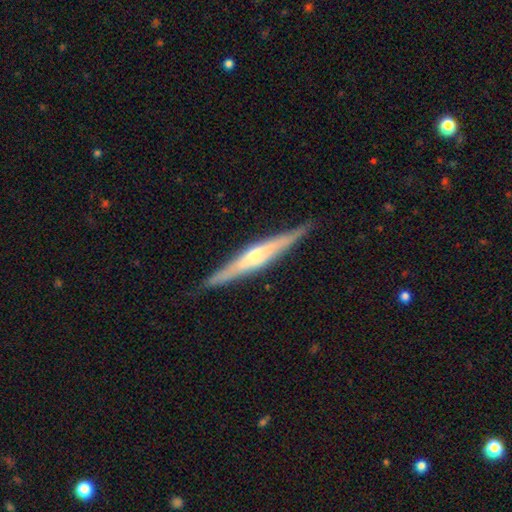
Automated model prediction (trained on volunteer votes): Smooth or featured? Predicted: featured or disk (p=0.74). Edge-on disk? Predicted: yes (p=0.97). Edge-on bulge? Predicted: rounded (p=0.72). Merging? Predicted: none (p=0.88).